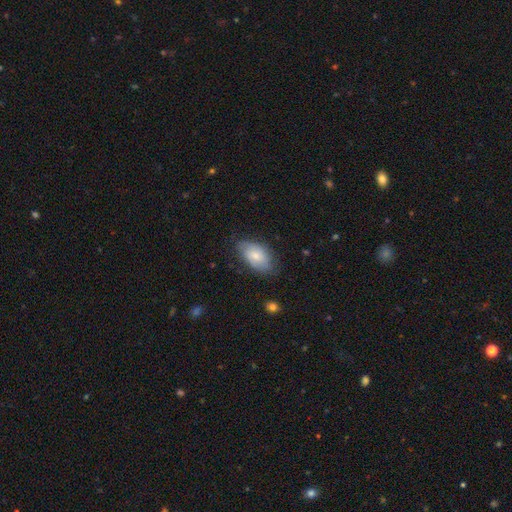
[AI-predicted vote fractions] A smooth galaxy with no disk features (51%) that is in between round and cigar-shaped (92%). Merging: none (67%).